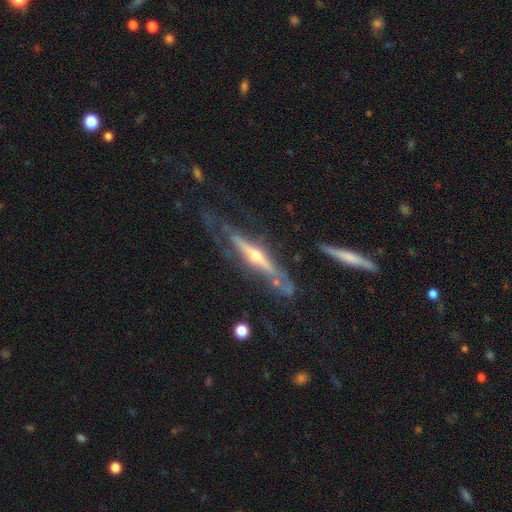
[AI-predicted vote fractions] Overall: featured or disk (80%). Edge-on disk: yes (88%). Edge-on bulge: rounded (86%). Merging: none (51%; minor disturbance 26%).